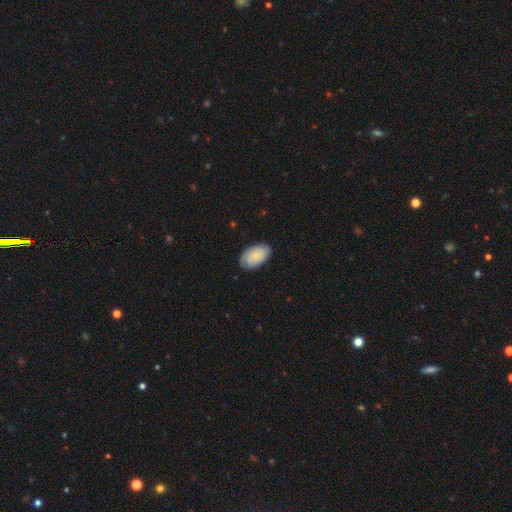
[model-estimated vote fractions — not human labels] smooth 63%, featured or disk 30%, star or artifact 7%. Down the decision tree: how rounded — in between (94%); merging — none (79%).